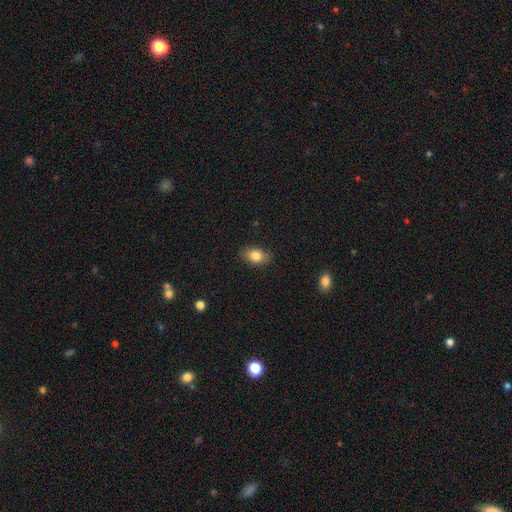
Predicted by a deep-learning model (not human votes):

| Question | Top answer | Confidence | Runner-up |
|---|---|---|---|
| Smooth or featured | smooth | 82% | featured or disk (10%) |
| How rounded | in between | 85% | round (12%) |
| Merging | none | 86% | minor disturbance (10%) |